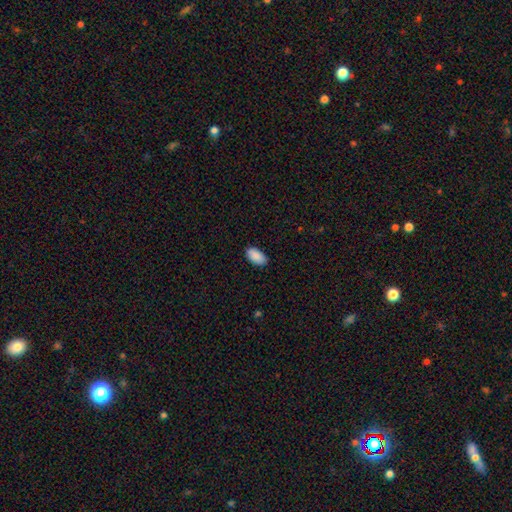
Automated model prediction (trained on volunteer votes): The model was most divided on "merging": none: 87%, minor disturbance: 10%, major disturbance: 2%, merger: 1%. More confident: how rounded — in between (95%); smooth or featured — smooth (91%).